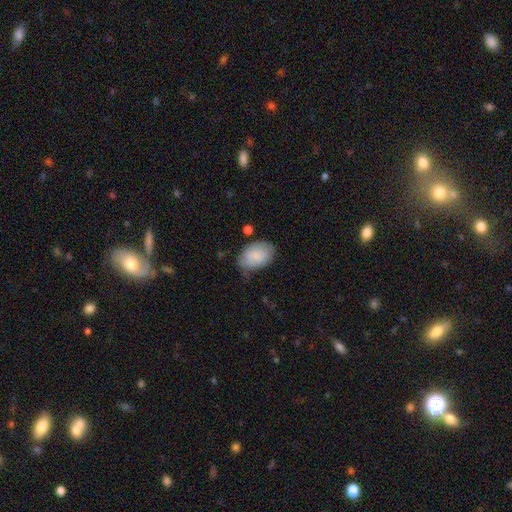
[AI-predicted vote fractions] Overall: smooth (83%). How rounded: in between (90%). Merging: none (64%; minor disturbance 26%).